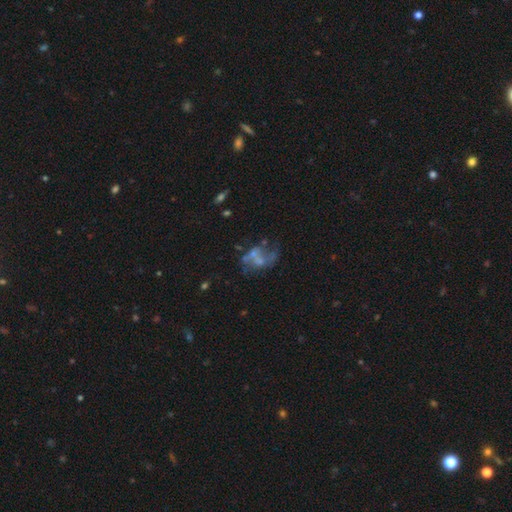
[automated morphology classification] A featured or disk galaxy (62%) with no bar (76%), no spiral arms (68%) and no central bulge (52%).

Vote fractions:
- Smooth or featured? featured or disk: 62% / smooth: 21% / star or artifact: 18%
- Edge-on disk? no: 97% / yes: 3%
- Bar? no: 76% / weak: 19% / strong: 5%
- Spiral arms? no: 68% / yes: 32%
- Bulge size? none: 52% / small: 29% / moderate: 16% / large: 2% / dominant: 1%
- Merging? none: 38% / major disturbance: 28% / merger: 18% / minor disturbance: 16%